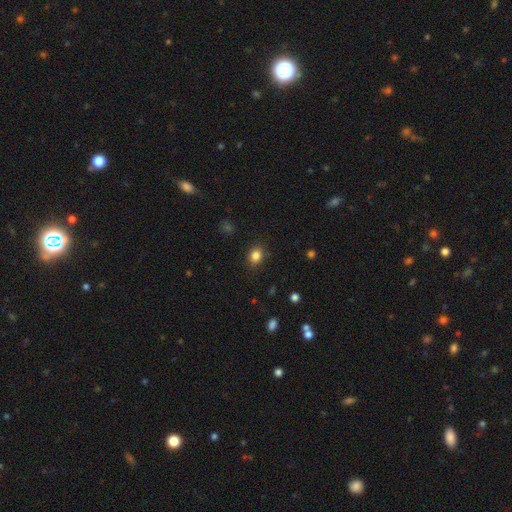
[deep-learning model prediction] Overall: smooth (84%). How rounded: round (54%; in between 45%). Merging: none (87%).